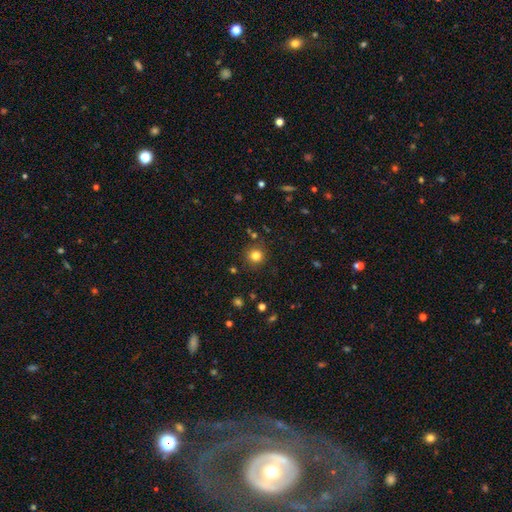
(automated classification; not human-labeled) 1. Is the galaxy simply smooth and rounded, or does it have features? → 80% smooth, 14% star or artifact, 6% featured or disk.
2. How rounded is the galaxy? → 94% round, 5% in between, 1% cigar-shaped.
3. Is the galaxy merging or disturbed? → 88% none, 7% minor disturbance, 3% major disturbance, 2% merger.